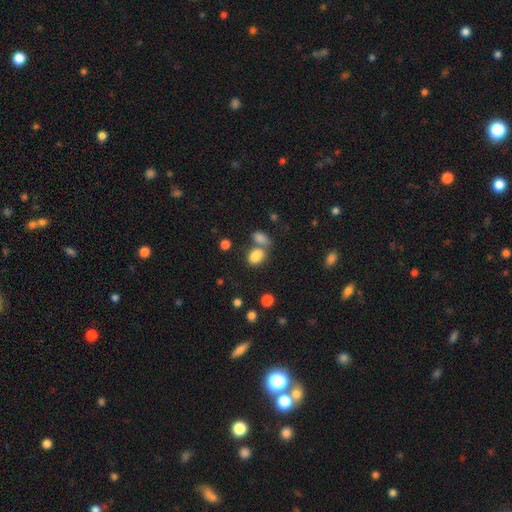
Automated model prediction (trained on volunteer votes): Smooth or featured?
  - smooth: 82% *
  - star or artifact: 11%
  - featured or disk: 7%
How rounded?
  - in between: 76% *
  - round: 23%
  - cigar-shaped: 2%
Merging?
  - merger: 43% *
  - none: 40%
  - minor disturbance: 11%
  - major disturbance: 6%